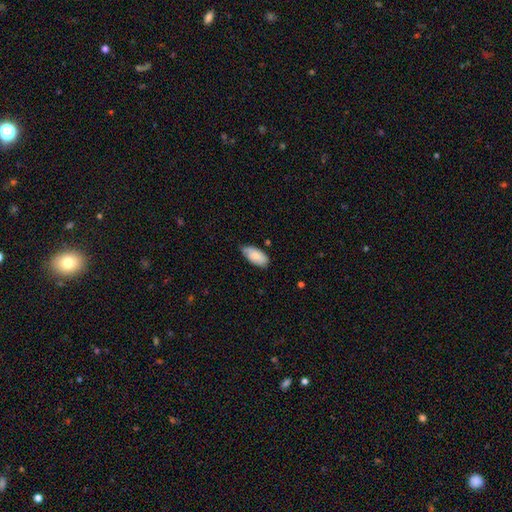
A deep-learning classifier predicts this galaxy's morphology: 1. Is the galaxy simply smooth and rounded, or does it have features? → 81% smooth, 13% featured or disk, 6% star or artifact.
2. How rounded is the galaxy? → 92% in between, 6% cigar-shaped, 2% round.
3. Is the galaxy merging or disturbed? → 68% none, 27% minor disturbance, 3% major disturbance, 2% merger.